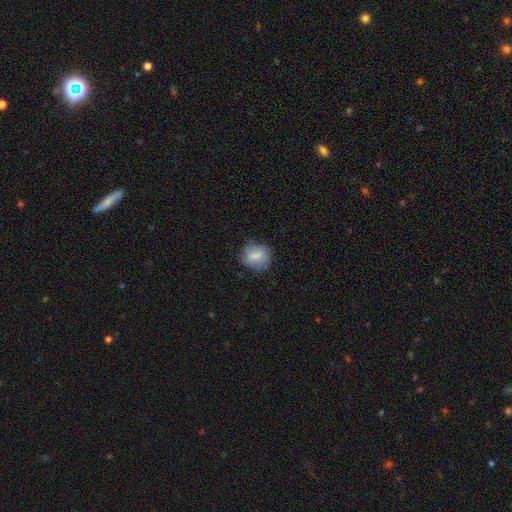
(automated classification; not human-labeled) smooth 76%, featured or disk 16%, star or artifact 9%. Down the decision tree: how rounded — round (64%); merging — none (70%).